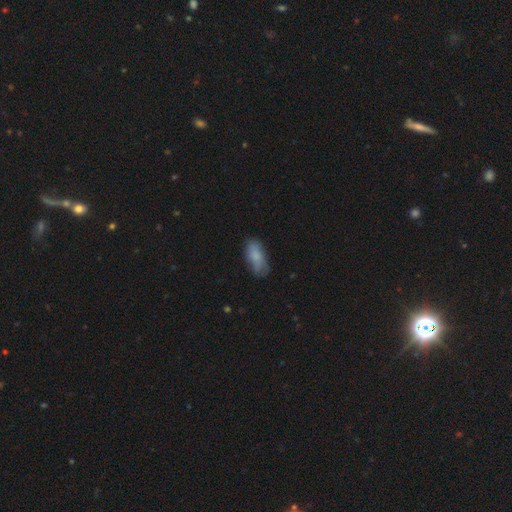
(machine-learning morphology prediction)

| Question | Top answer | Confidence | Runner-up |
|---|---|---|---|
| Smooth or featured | smooth | 79% | featured or disk (14%) |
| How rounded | in between | 86% | cigar-shaped (11%) |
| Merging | none | 62% | minor disturbance (28%) |